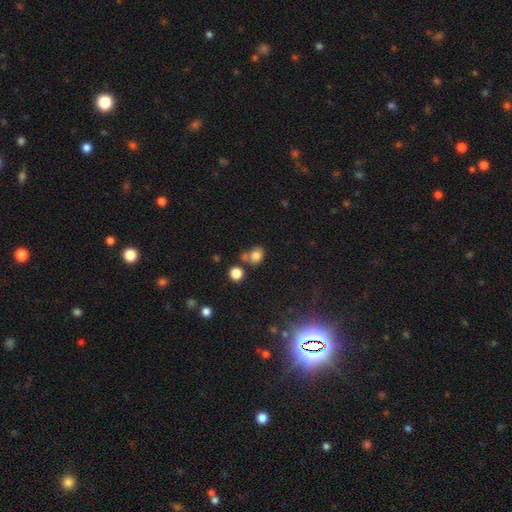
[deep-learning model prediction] smooth 79%, star or artifact 13%, featured or disk 8%. Down the decision tree: how rounded — round (57%); merging — none (56%).